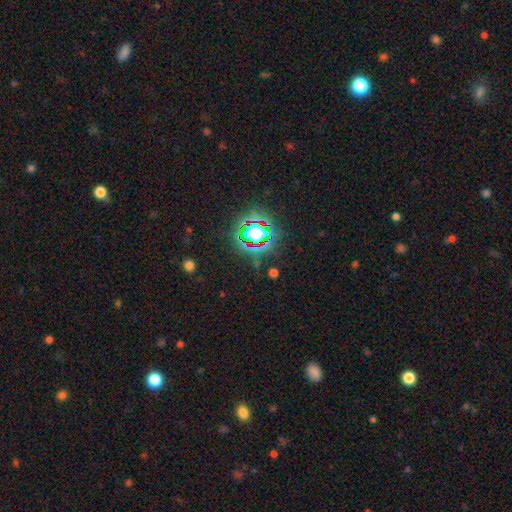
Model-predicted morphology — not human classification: This is likely a star or artifact rather than a galaxy (79%).